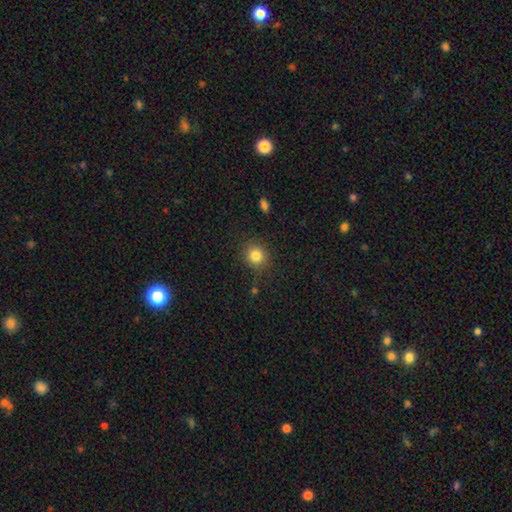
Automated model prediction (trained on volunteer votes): A smooth galaxy with no disk features (83%) that is round (88%).

Vote fractions:
- Smooth or featured? smooth: 83% / star or artifact: 11% / featured or disk: 6%
- How rounded? round: 88% / in between: 11% / cigar-shaped: 1%
- Merging? none: 87% / minor disturbance: 9% / major disturbance: 3% / merger: 2%